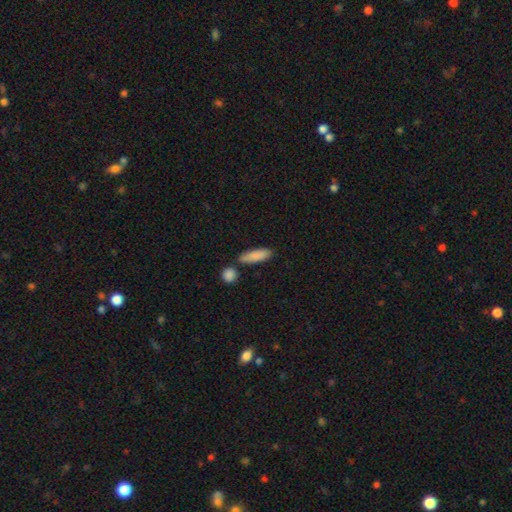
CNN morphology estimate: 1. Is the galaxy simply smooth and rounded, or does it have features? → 87% smooth, 7% featured or disk, 6% star or artifact.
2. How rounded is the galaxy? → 49% in between, 48% cigar-shaped, 3% round.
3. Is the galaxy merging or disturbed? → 75% none, 13% minor disturbance, 10% merger, 3% major disturbance.